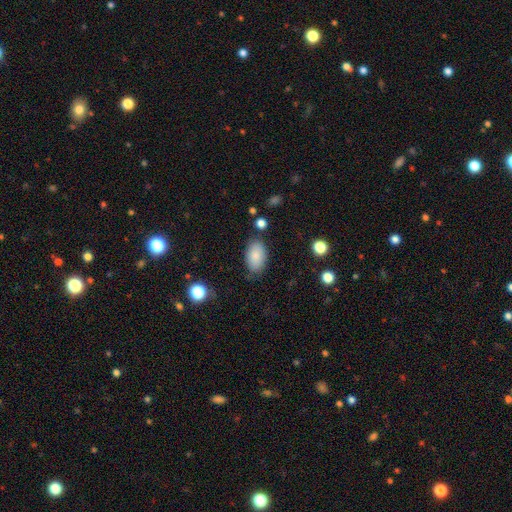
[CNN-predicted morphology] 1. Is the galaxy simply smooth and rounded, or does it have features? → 85% smooth, 8% featured or disk, 7% star or artifact.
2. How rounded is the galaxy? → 94% in between, 4% round, 2% cigar-shaped.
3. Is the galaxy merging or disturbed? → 78% none, 16% minor disturbance, 4% major disturbance, 3% merger.